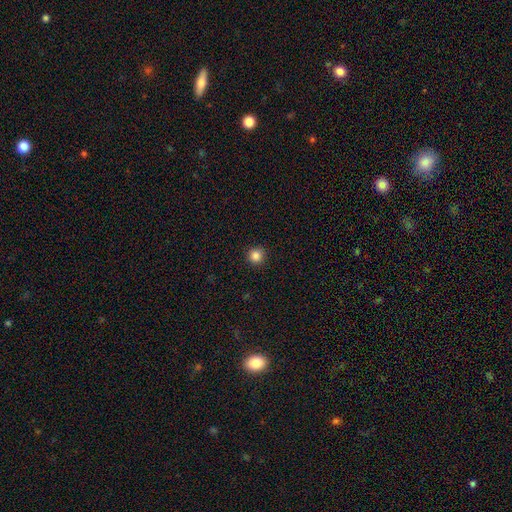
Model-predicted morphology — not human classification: Smooth or featured?
  - smooth: 85% *
  - star or artifact: 12%
  - featured or disk: 3%
How rounded?
  - round: 95% *
  - in between: 4%
  - cigar-shaped: 1%
Merging?
  - none: 93% *
  - minor disturbance: 5%
  - major disturbance: 2%
  - merger: 1%